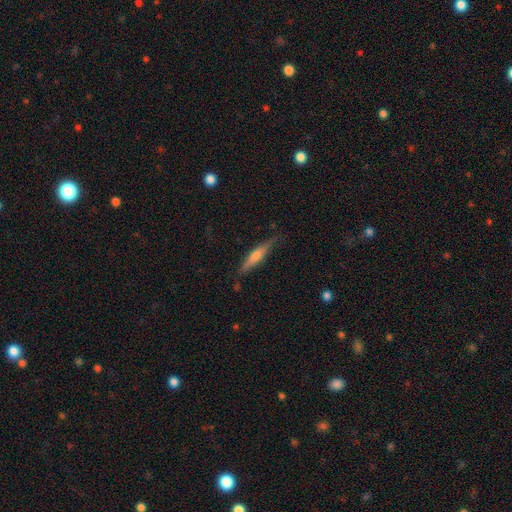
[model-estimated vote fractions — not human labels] This appears to be a featured or disk galaxy (60%) viewed edge-on (96%) with a rounded central bulge (75%). Merging: none (84%).